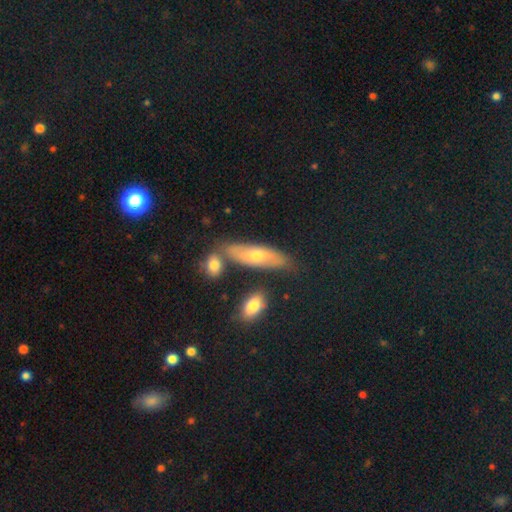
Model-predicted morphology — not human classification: Overall: smooth (45%, tied with featured or disk). Merging: none (72%).